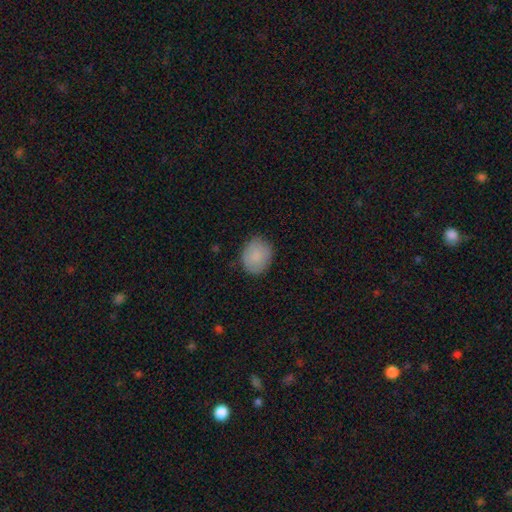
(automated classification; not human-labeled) A smooth galaxy with no disk features (85%) that is round (68%). Merging: none (82%).